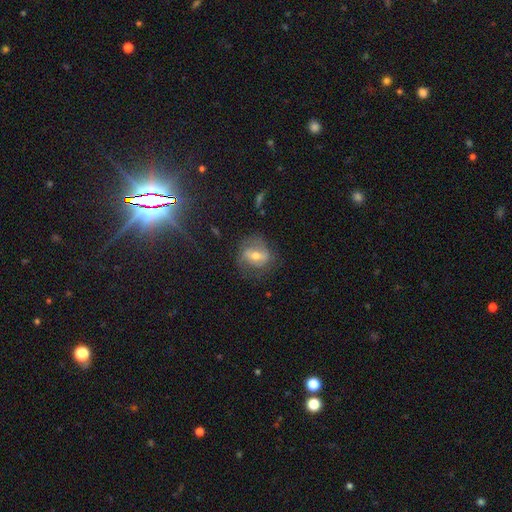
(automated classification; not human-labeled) The model was most divided on "bar": weak: 39%, strong: 38%, no: 23%. More confident: edge-on disk — no (92%); merging — none (69%); spiral arms — yes (65%); bulge size — moderate (63%); smooth or featured — featured or disk (57%).